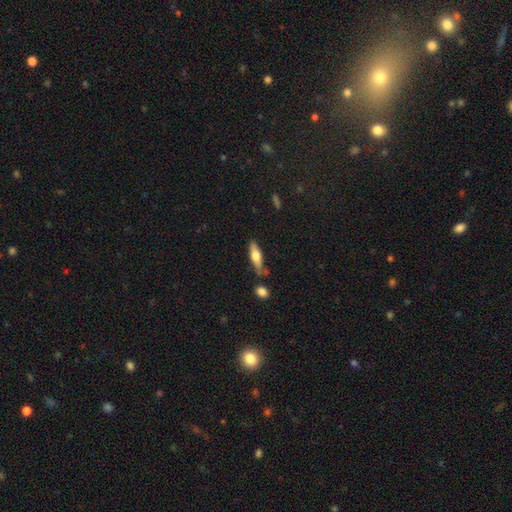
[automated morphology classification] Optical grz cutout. It shows a smooth galaxy with no disk features (52%) that is cigar-shaped (59%). Merging: none (74%).